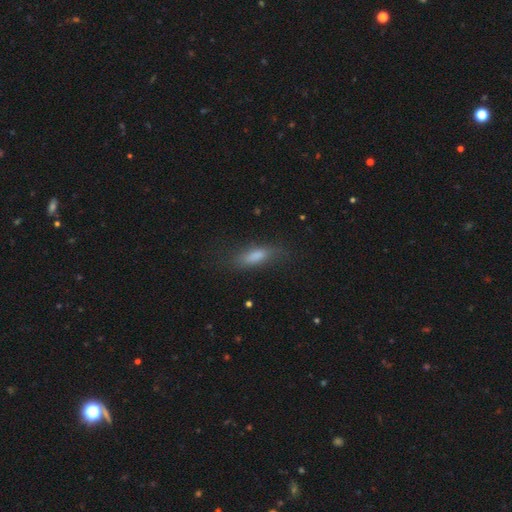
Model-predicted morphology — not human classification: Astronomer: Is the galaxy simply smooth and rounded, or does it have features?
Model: smooth — 69%.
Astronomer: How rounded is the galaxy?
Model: in between — 49% (runner-up: cigar-shaped, 48%).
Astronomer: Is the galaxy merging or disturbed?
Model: none — 70%.